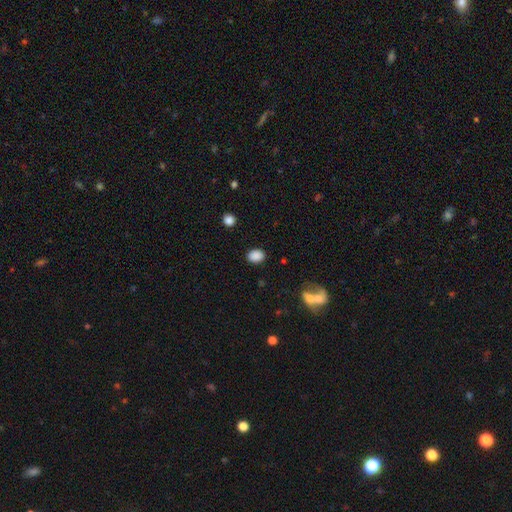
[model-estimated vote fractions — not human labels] Overall: smooth (87%). How rounded: in between (66%; round 33%). Merging: none (86%).